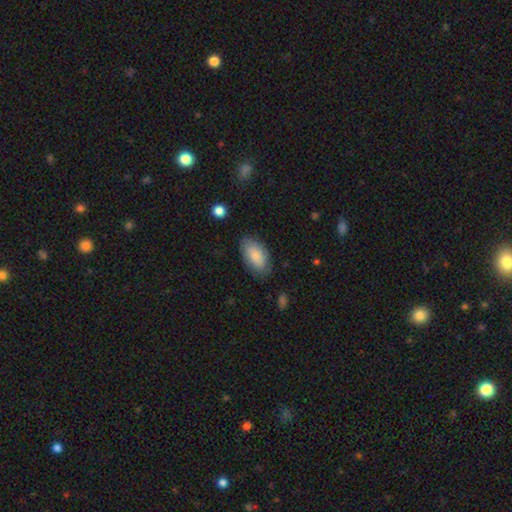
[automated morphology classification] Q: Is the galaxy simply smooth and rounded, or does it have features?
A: smooth — 84%.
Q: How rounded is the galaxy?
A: in between — 94%.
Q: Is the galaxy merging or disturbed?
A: none — 78%.